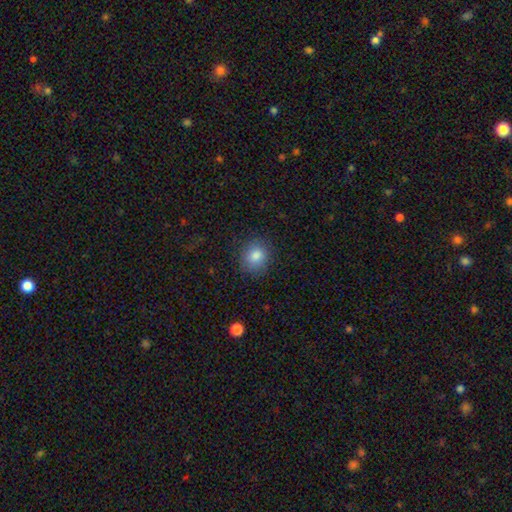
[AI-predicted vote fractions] smooth-or-featured: smooth: 84% | star or artifact: 9% | featured or disk: 6%
  how-rounded: round: 76% | in between: 24% | cigar-shaped: 1%
  merging: none: 84% | minor disturbance: 11% | major disturbance: 4% | merger: 1%